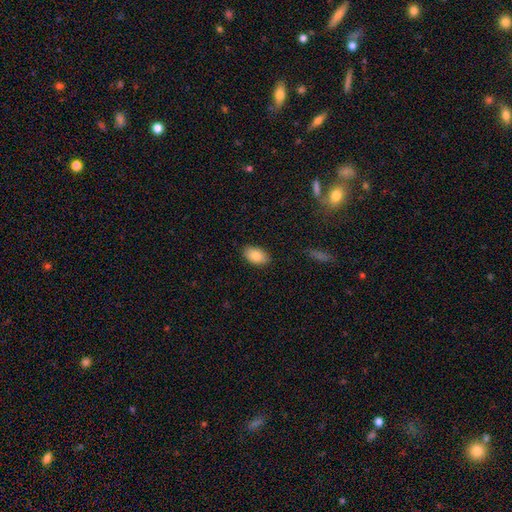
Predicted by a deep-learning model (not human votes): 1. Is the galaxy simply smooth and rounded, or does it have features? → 84% smooth, 9% featured or disk, 7% star or artifact.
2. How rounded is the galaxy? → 93% in between, 6% round, 1% cigar-shaped.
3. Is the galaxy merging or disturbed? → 87% none, 10% minor disturbance, 2% major disturbance, 1% merger.